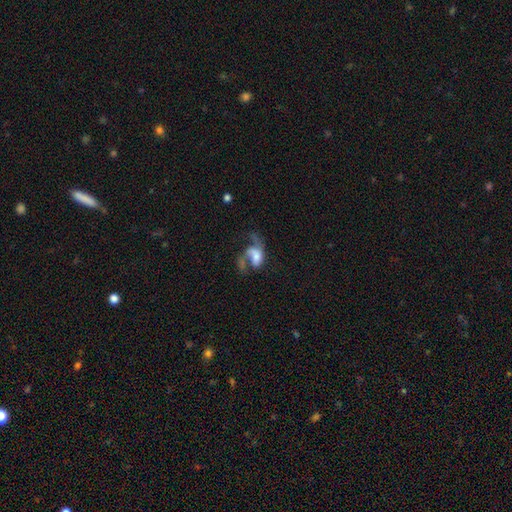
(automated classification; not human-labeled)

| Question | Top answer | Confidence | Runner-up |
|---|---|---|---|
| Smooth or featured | featured or disk | 55% | smooth (35%) |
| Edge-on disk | no | 97% | yes (3%) |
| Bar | no | 67% | weak (25%) |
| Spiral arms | yes | 64% | no (36%) |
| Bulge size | moderate | 30% | large (22%) |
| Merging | major disturbance | 46% | merger (21%) |